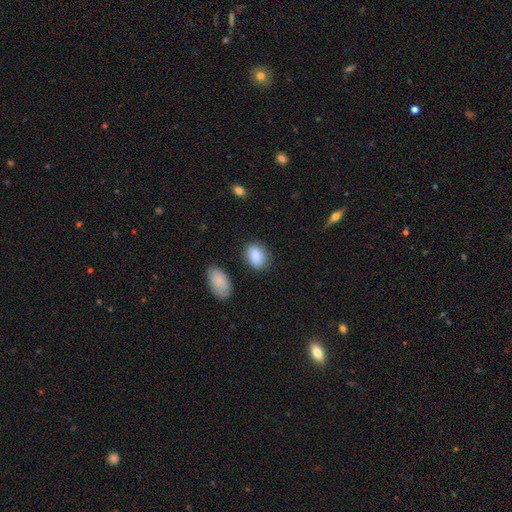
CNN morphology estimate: Smooth or featured?
  - smooth: 88% *
  - star or artifact: 7%
  - featured or disk: 5%
How rounded?
  - in between: 79% *
  - round: 20%
  - cigar-shaped: 1%
Merging?
  - none: 79% *
  - minor disturbance: 14%
  - merger: 4%
  - major disturbance: 3%